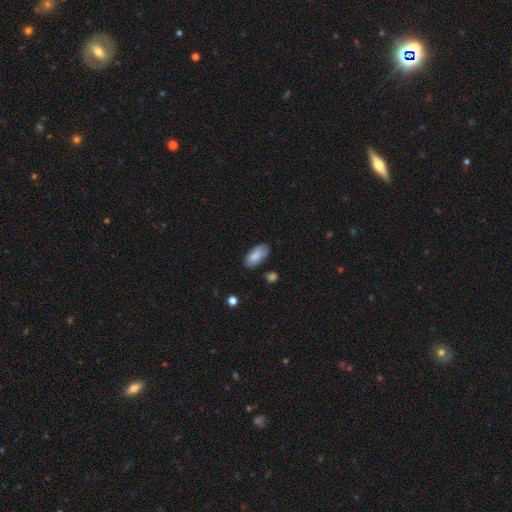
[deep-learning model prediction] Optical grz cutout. It shows a smooth galaxy with no disk features (84%) that is in between round and cigar-shaped (93%). Merging: none (79%).